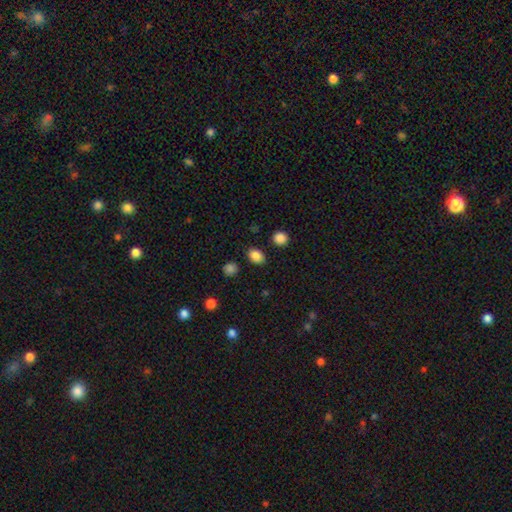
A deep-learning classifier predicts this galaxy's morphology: smooth 86%, star or artifact 11%, featured or disk 4%. Down the decision tree: how rounded — in between (66%); merging — none (86%).